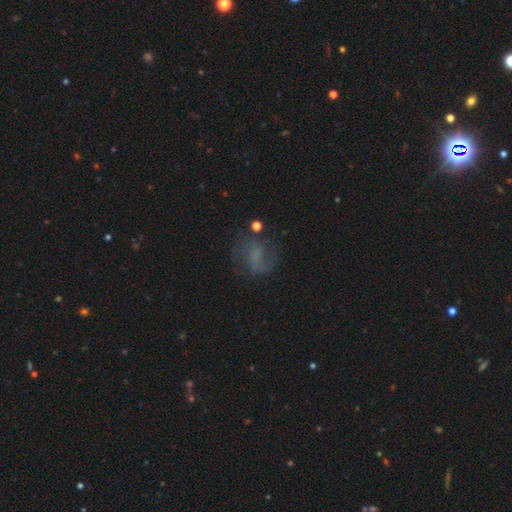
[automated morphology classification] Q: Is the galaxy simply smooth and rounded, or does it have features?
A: featured or disk — 48%.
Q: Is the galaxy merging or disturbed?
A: none — 59%.